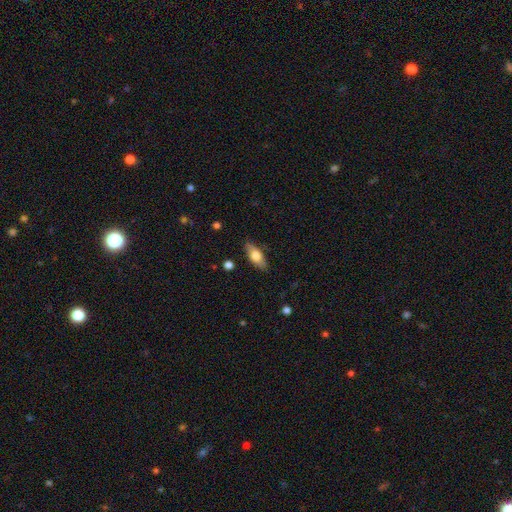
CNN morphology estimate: A smooth galaxy with no disk features (67%) that is in between round and cigar-shaped (76%). Merging: none (86%).